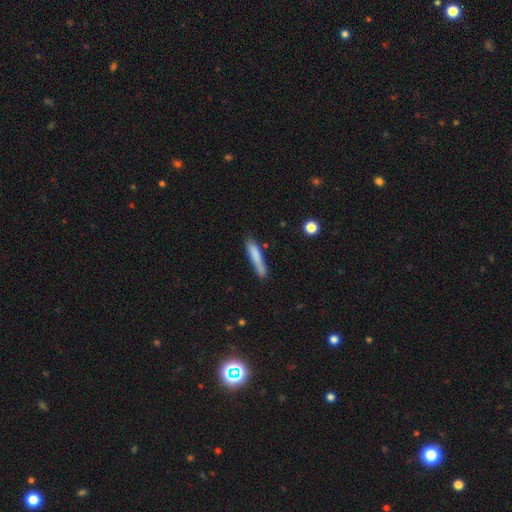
Smooth or featured: smooth — 82% (featured or disk — 15%)
How rounded: cigar-shaped — 94% (round — 3%)
Merging: none — 66% (minor disturbance — 18%)